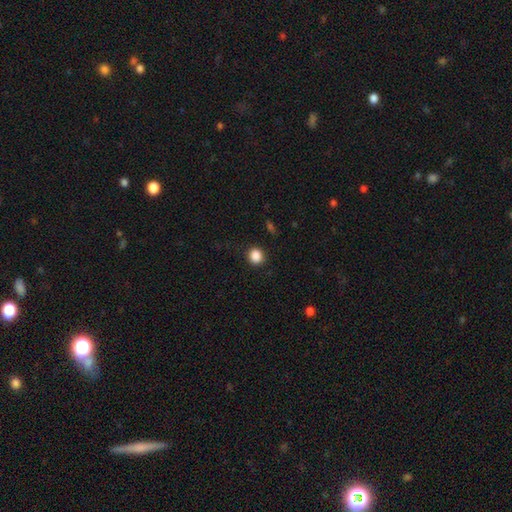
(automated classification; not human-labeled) Smooth or featured: smooth — 88% (star or artifact — 10%)
How rounded: round — 82% (in between — 17%)
Merging: none — 89% (minor disturbance — 7%)